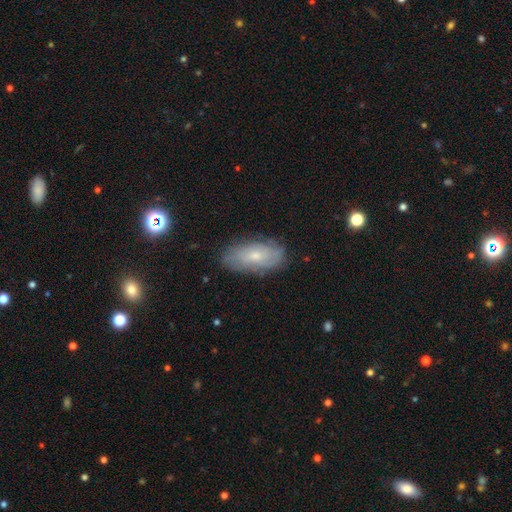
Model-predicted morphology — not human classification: A smooth galaxy with no disk features (49%). Merging: none (79%).